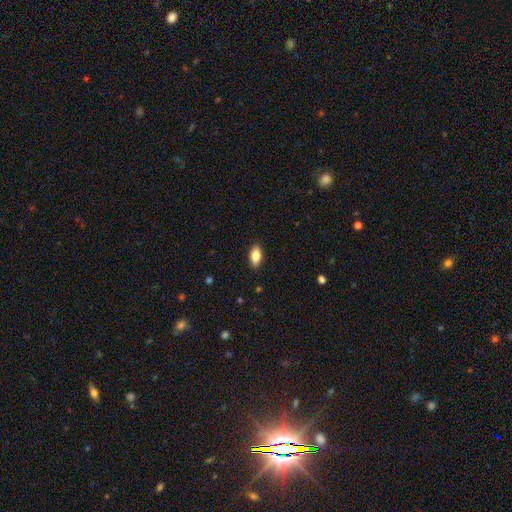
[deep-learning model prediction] This is clearly a smooth galaxy (84%). How rounded: clearly in between (90%). Merging: clearly none (89%).